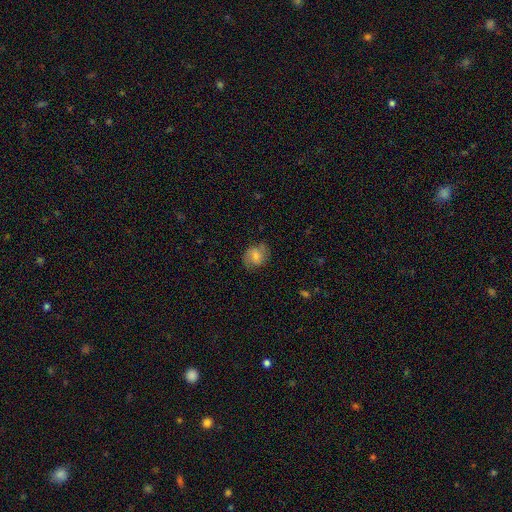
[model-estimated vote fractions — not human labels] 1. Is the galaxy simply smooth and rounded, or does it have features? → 56% smooth, 35% featured or disk, 8% star or artifact.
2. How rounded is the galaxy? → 61% round, 38% in between, 1% cigar-shaped.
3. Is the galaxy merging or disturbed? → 73% none, 20% minor disturbance, 7% major disturbance, 1% merger.